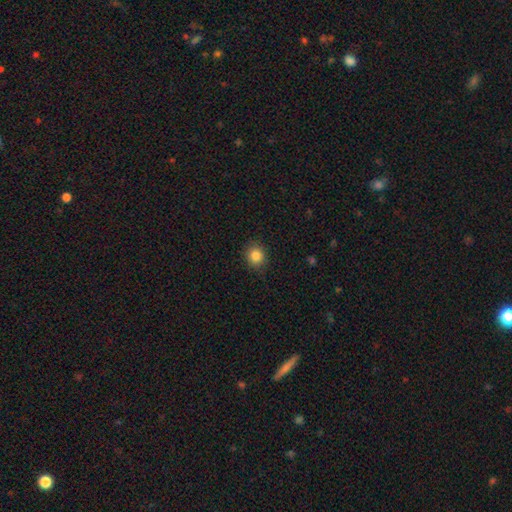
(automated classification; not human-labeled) The model was most divided on "how rounded": round: 82%, in between: 17%, cigar-shaped: 1%. More confident: merging — none (88%); smooth or featured — smooth (84%).